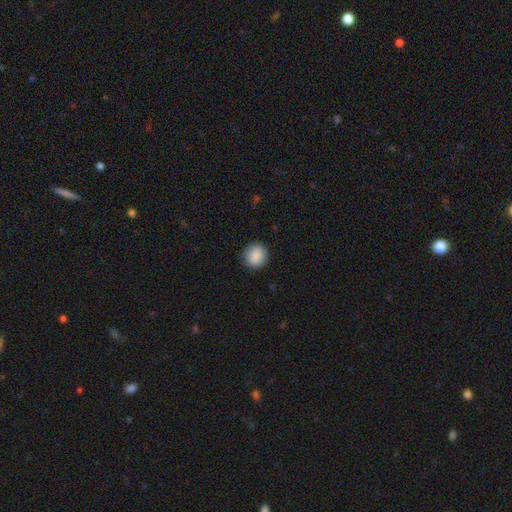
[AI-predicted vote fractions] Smooth or featured? Predicted: smooth (p=0.88). How rounded? Predicted: round (p=0.88). Merging? Predicted: none (p=0.89).